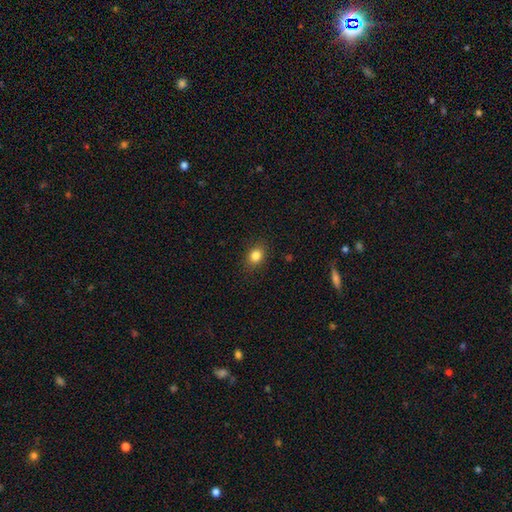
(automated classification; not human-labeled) This appears to be a smooth galaxy with no disk features (83%) that is in between round and cigar-shaped (54%). Merging: none (87%).